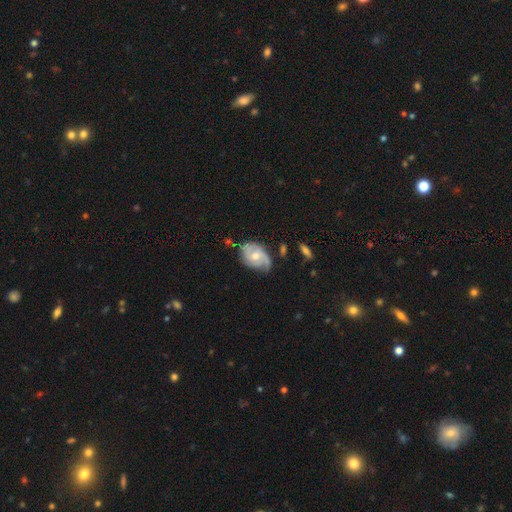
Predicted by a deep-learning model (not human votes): smooth-or-featured: featured or disk: 72% | smooth: 22% | star or artifact: 6%
  disk-edge-on: no: 97% | yes: 3%
    bar: no: 67% | weak: 29% | strong: 4%
    has-spiral-arms: yes: 91% | no: 9%
      spiral-winding: medium: 41% | tight: 39% | loose: 20%
      spiral-arm-count: 2: 44% | can't tell: 22% | 3: 21% | 1: 7% | 4: 4% | more than 4: 3%
    bulge-size: moderate: 63% | small: 31% | large: 3% | none: 2% | dominant: 1%
  merging: none: 56% | minor disturbance: 30% | major disturbance: 10% | merger: 4%